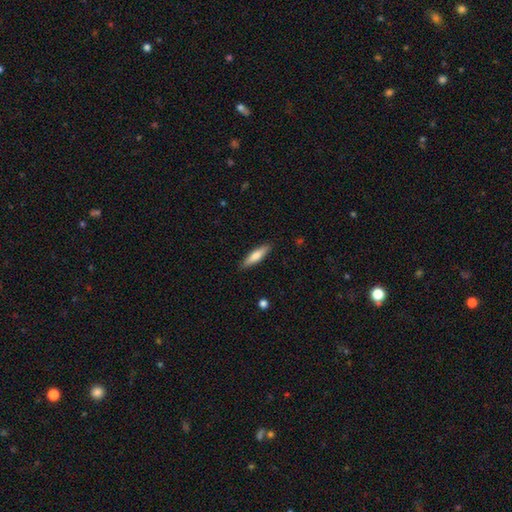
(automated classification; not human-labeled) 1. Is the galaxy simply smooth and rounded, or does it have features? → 73% smooth, 22% featured or disk, 6% star or artifact.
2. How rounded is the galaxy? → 72% cigar-shaped, 26% in between, 1% round.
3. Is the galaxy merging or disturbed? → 89% none, 8% minor disturbance, 2% major disturbance, 1% merger.